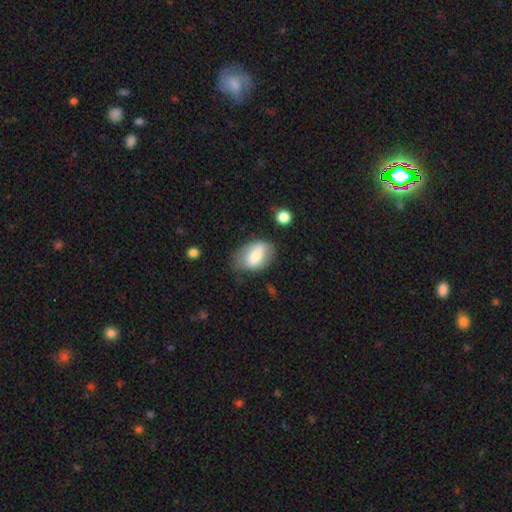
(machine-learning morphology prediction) Smooth or featured?
  - smooth: 62% *
  - featured or disk: 30%
  - star or artifact: 7%
How rounded?
  - in between: 85% *
  - round: 14%
  - cigar-shaped: 2%
Merging?
  - none: 60% *
  - minor disturbance: 28%
  - major disturbance: 9%
  - merger: 3%